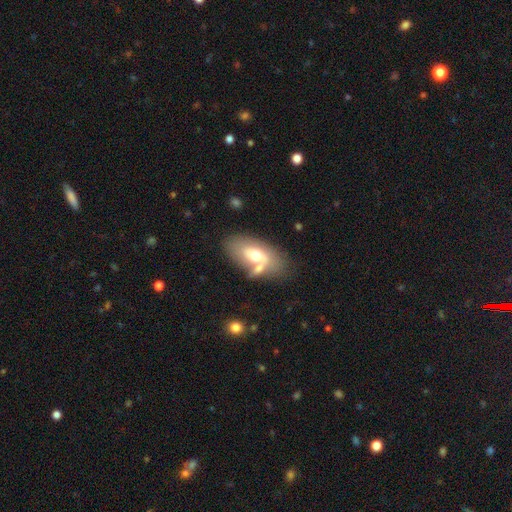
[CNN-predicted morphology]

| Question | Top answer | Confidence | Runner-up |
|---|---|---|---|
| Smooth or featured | smooth | 56% | featured or disk (37%) |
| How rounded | in between | 90% | round (6%) |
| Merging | none | 45% | merger (29%) |